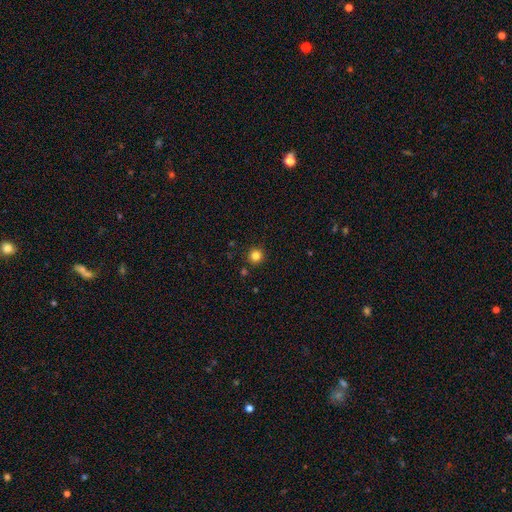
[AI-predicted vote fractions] Overall: smooth (82%). How rounded: round (95%). Merging: none (91%).